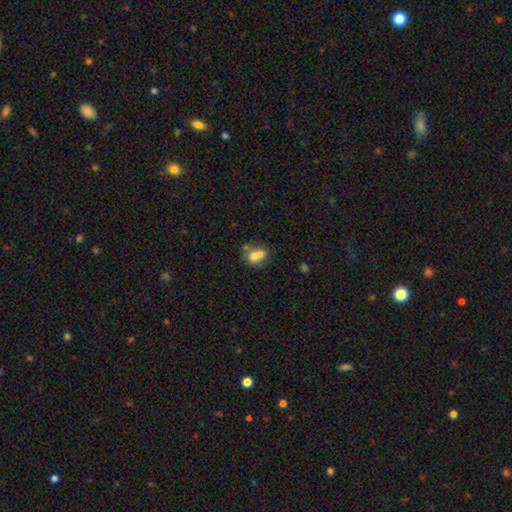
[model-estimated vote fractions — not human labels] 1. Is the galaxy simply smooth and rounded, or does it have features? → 66% smooth, 23% featured or disk, 11% star or artifact.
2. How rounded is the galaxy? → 59% round, 40% in between, 1% cigar-shaped.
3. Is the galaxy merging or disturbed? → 60% merger, 28% none, 8% minor disturbance, 4% major disturbance.